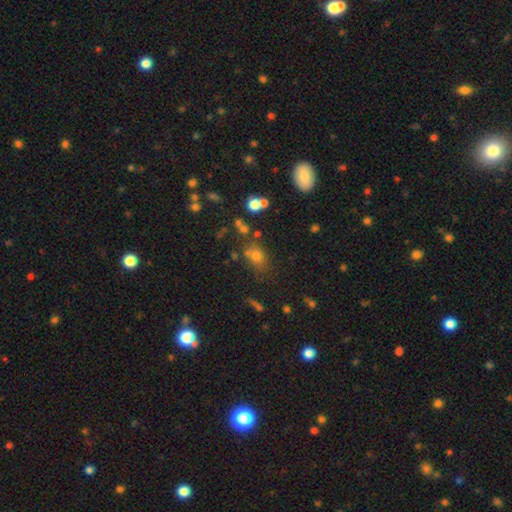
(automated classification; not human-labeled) This is likely a smooth galaxy (64%). How rounded: possibly in between (52%). Merging: likely none (65%).